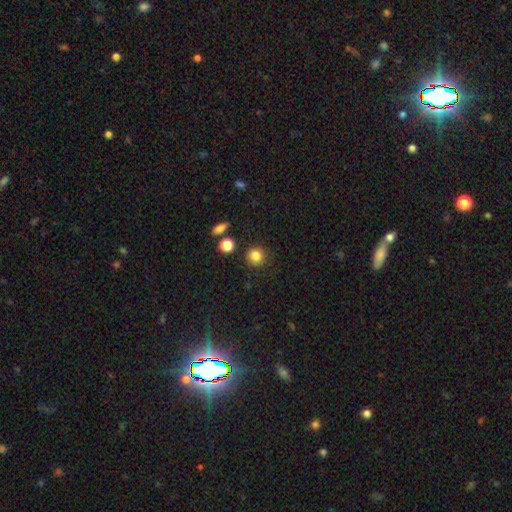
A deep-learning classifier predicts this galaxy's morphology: The model was most divided on "smooth or featured": smooth: 85%, star or artifact: 11%, featured or disk: 5%. More confident: how rounded — round (91%); merging — none (87%).